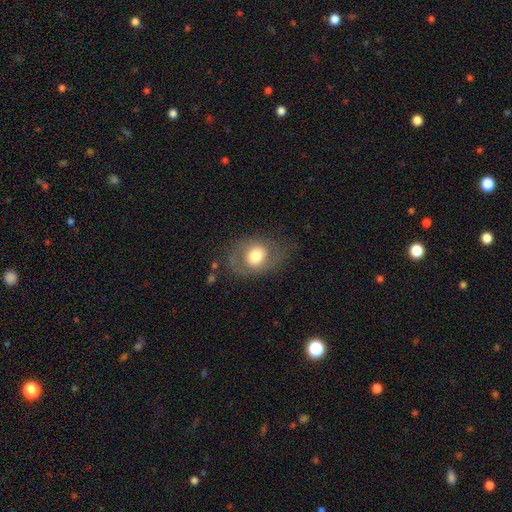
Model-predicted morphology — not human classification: The model was most divided on "how rounded": in between: 56%, round: 43%, cigar-shaped: 1%. More confident: merging — none (66%); smooth or featured — smooth (58%).